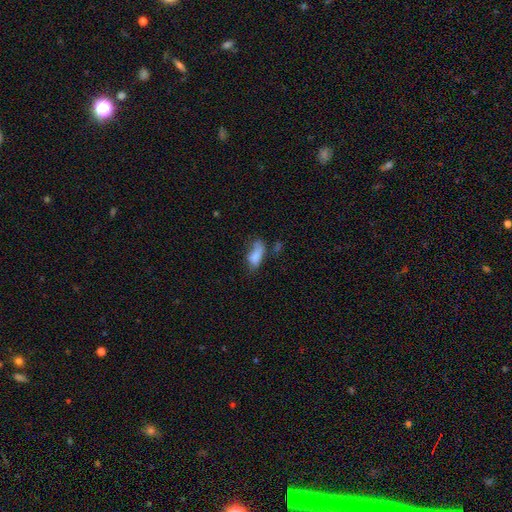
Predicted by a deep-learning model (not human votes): smooth 76%, featured or disk 15%, star or artifact 10%. Down the decision tree: how rounded — in between (79%); merging — none (34%).